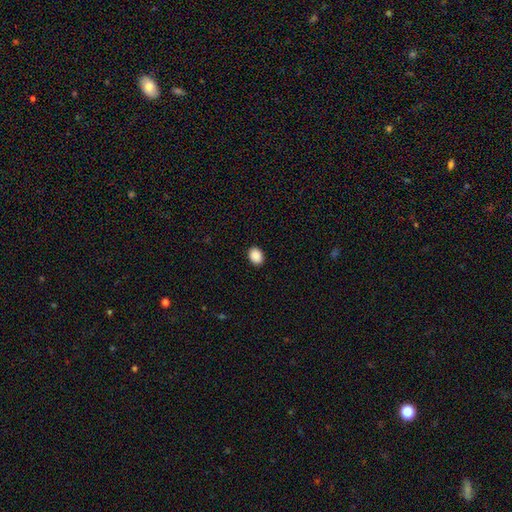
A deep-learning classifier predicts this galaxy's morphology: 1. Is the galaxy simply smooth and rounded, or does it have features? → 90% smooth, 8% star or artifact, 2% featured or disk.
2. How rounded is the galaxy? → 67% in between, 32% round, 1% cigar-shaped.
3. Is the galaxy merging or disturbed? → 90% none, 7% minor disturbance, 2% major disturbance, 1% merger.